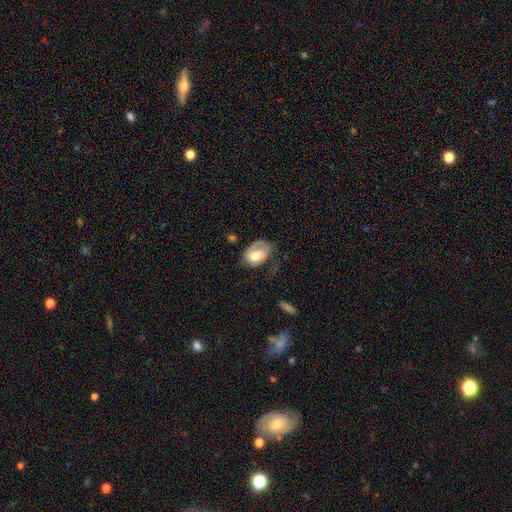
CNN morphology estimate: A smooth galaxy with no disk features (57%) that is in between round and cigar-shaped (78%). Merging: none (37%).